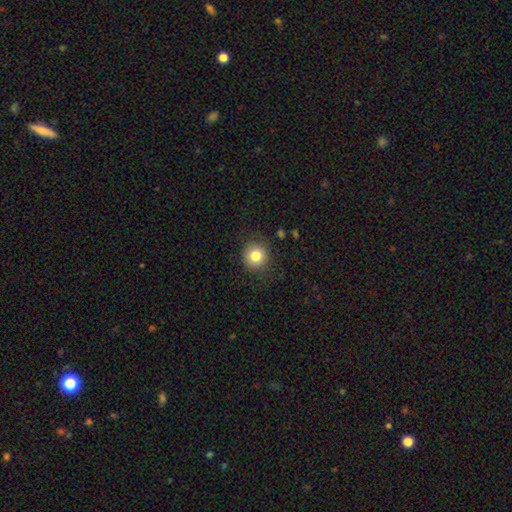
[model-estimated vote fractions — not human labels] Q: Smooth or featured?
A: smooth (82%); runner-up: star or artifact (11%)
Q: How rounded?
A: round (92%); runner-up: in between (7%)
Q: Merging?
A: none (88%); runner-up: minor disturbance (8%)